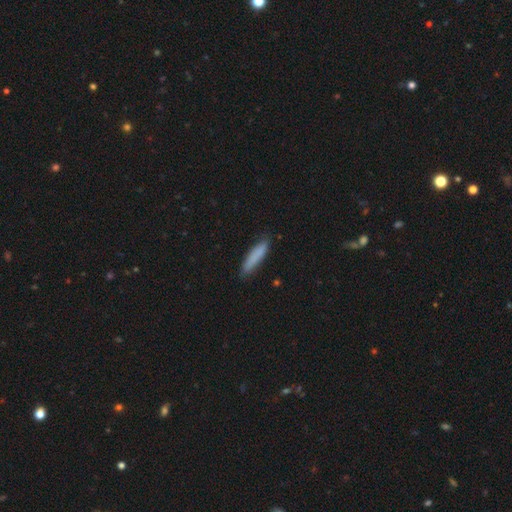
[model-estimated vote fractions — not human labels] A smooth galaxy with no disk features (84%) that is cigar-shaped (86%). Merging: none (85%).